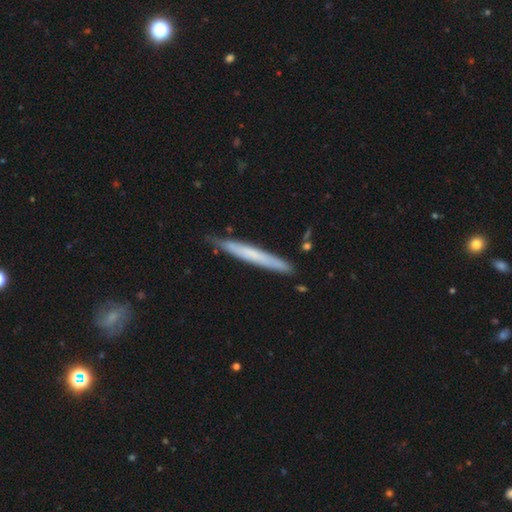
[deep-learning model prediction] Smooth or featured? smooth (53%)
How rounded? cigar-shaped (96%)
Merging? none (82%)